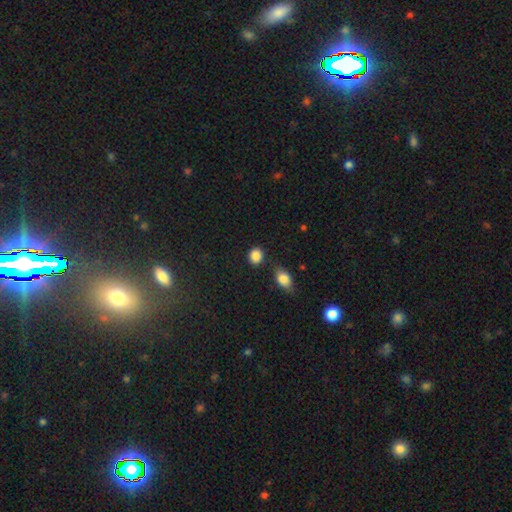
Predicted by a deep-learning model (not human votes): smooth-or-featured: smooth: 87% | star or artifact: 9% | featured or disk: 4%
  how-rounded: round: 72% | in between: 26% | cigar-shaped: 1%
  merging: none: 78% | minor disturbance: 11% | merger: 7% | major disturbance: 3%